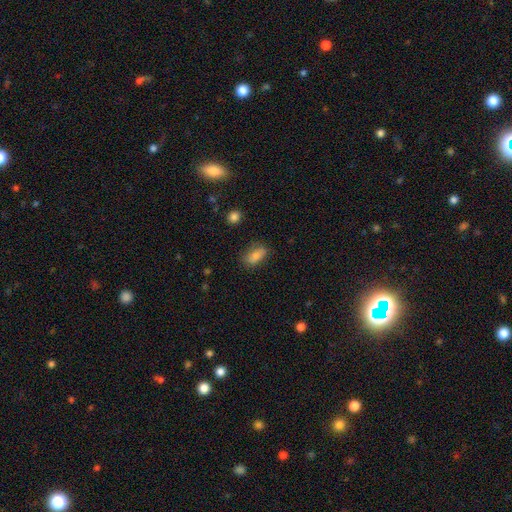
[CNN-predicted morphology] Overall: smooth (78%). How rounded: in between (84%). Merging: none (74%).